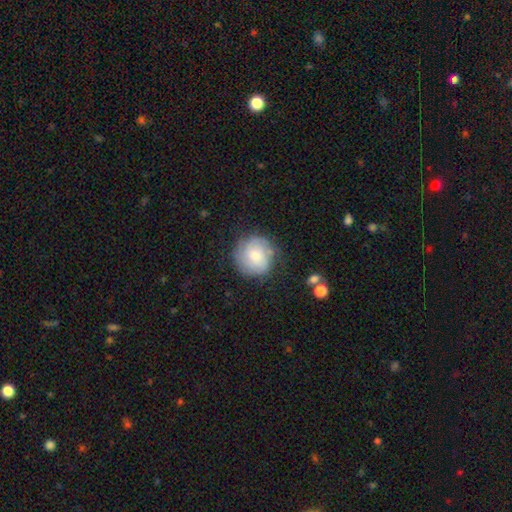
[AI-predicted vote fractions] A smooth galaxy with no disk features (55%) that is round (91%). Merging: none (73%).